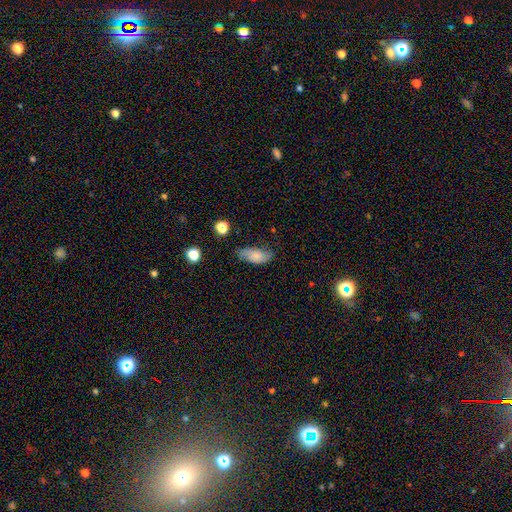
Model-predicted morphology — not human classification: Overall: smooth (69%). How rounded: in between (87%). Merging: none (61%; minor disturbance 29%).